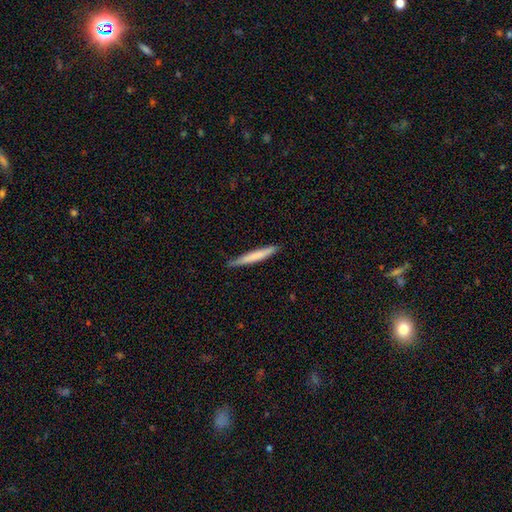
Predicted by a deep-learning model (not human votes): Smooth or featured? Predicted: smooth (p=0.69). How rounded? Predicted: cigar-shaped (p=0.96). Merging? Predicted: none (p=0.82).